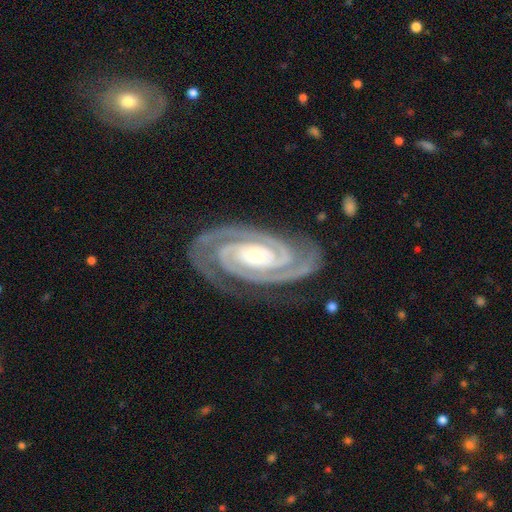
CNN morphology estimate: This appears to be a featured or disk galaxy (94%) with no bar (55%), 2 (88%) tight (83%) spiral arms (99%) and a small central bulge (58%). Merging: none (84%).